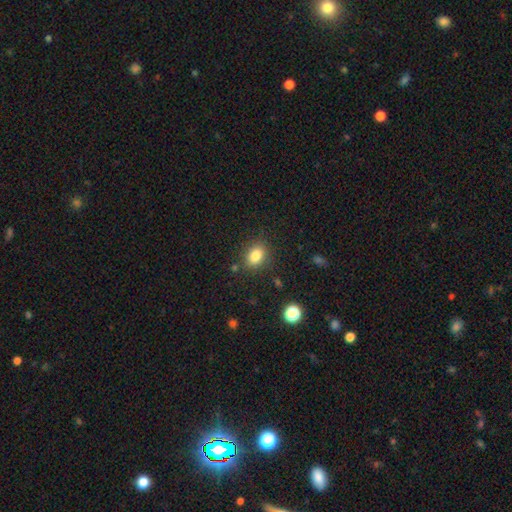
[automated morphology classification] Smooth or featured: smooth — 83% (star or artifact — 11%)
How rounded: in between — 68% (round — 31%)
Merging: none — 82% (minor disturbance — 12%)